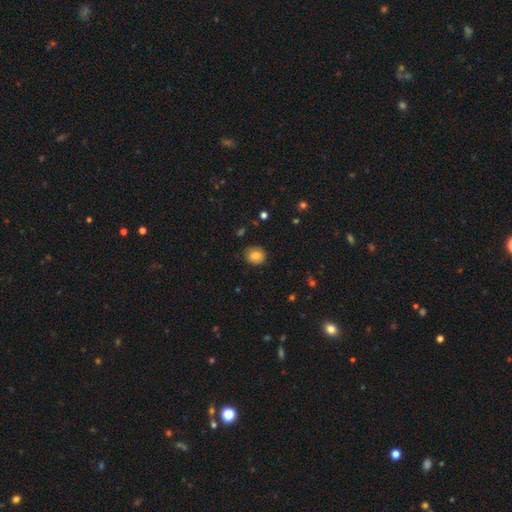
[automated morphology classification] Q: Smooth or featured?
A: smooth (79%); runner-up: featured or disk (12%)
Q: How rounded?
A: round (77%); runner-up: in between (23%)
Q: Merging?
A: none (86%); runner-up: minor disturbance (11%)